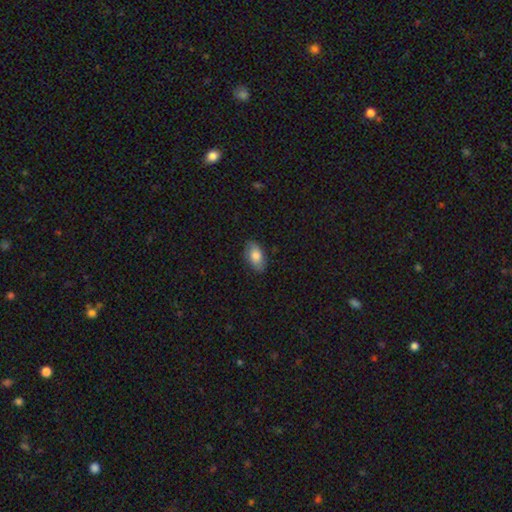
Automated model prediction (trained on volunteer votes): A smooth galaxy with no disk features (77%) that is in between round and cigar-shaped (92%).

Vote fractions:
- Smooth or featured? smooth: 77% / featured or disk: 16% / star or artifact: 7%
- How rounded? in between: 92% / round: 5% / cigar-shaped: 2%
- Merging? none: 83% / minor disturbance: 13% / major disturbance: 3% / merger: 1%